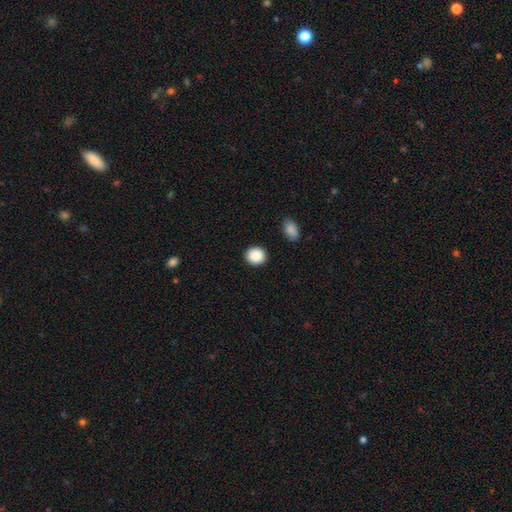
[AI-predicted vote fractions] This is clearly a smooth galaxy (89%). How rounded: clearly round (82%). Merging: clearly none (90%).